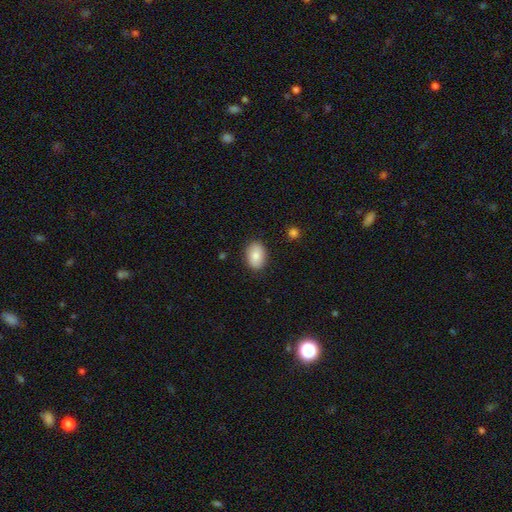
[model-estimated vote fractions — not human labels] smooth_or_featured: smooth (p=0.84) [alt: featured or disk p=0.09]
how_rounded: in between (p=0.80) [alt: round p=0.19]
merging: none (p=0.87) [alt: minor disturbance p=0.10]